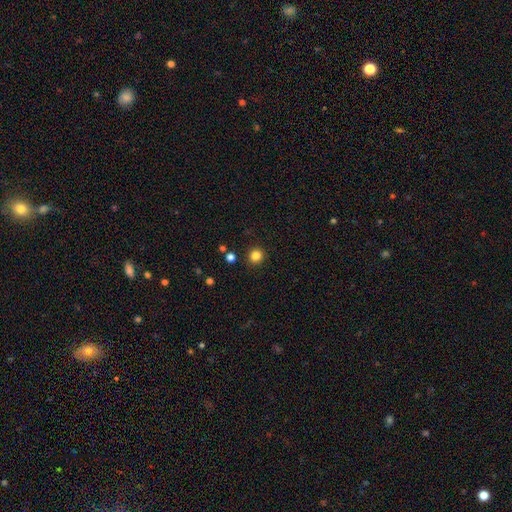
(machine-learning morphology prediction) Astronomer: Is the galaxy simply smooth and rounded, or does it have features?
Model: smooth — 84%.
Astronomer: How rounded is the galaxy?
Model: round — 93%.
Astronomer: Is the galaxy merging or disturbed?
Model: none — 91%.